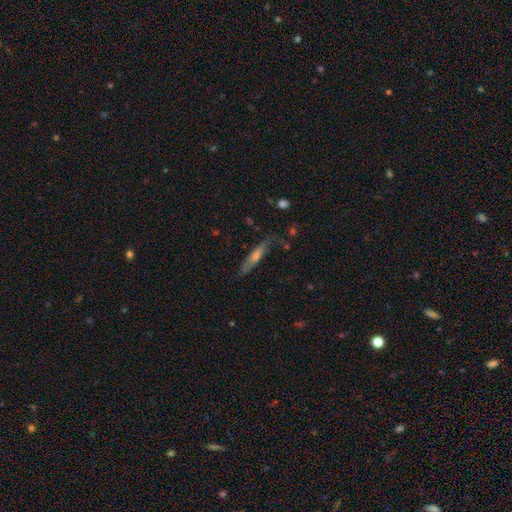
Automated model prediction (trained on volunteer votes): Smooth or featured?
  - featured or disk: 53% *
  - smooth: 38%
  - star or artifact: 8%
Edge-on disk?
  - yes: 80% *
  - no: 20%
Merging?
  - none: 72% *
  - minor disturbance: 19%
  - major disturbance: 6%
  - merger: 3%